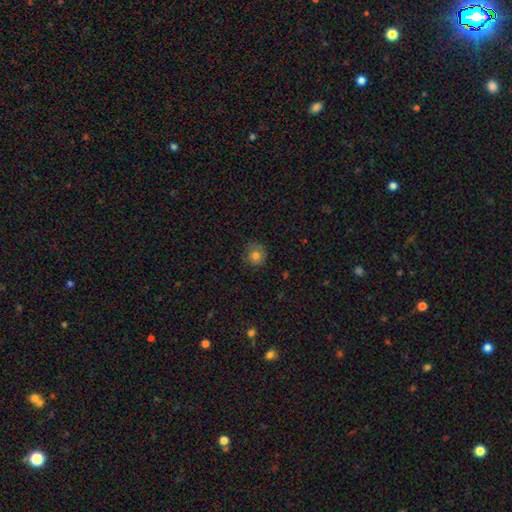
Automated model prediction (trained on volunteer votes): The model was most divided on "merging": none: 78%, minor disturbance: 16%, major disturbance: 4%, merger: 1%. More confident: how rounded — round (90%); smooth or featured — smooth (77%).